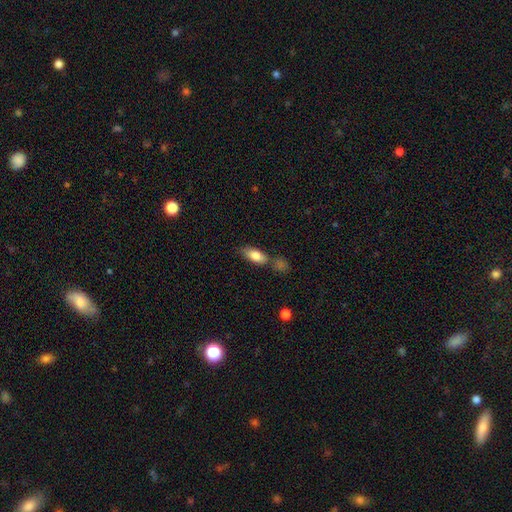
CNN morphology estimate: A smooth galaxy with no disk features (80%) that is in between round and cigar-shaped (80%). Merging: none (61%).